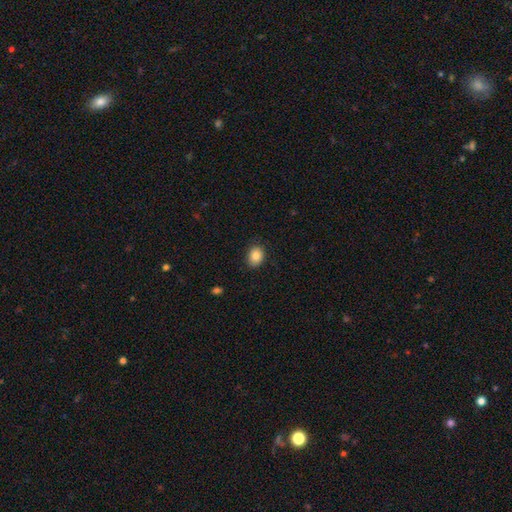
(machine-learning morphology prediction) Smooth or featured? smooth (86%)
How rounded? in between (65%)
Merging? none (87%)